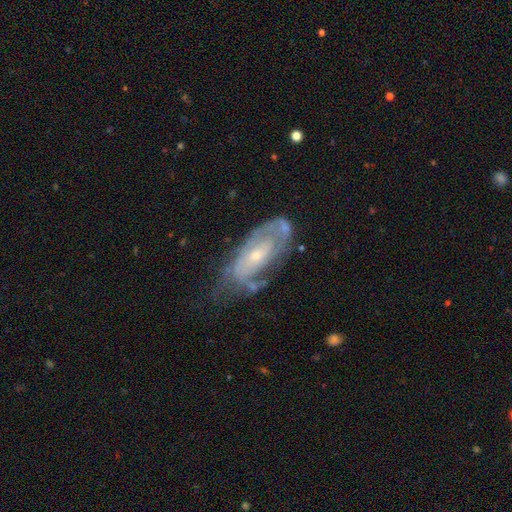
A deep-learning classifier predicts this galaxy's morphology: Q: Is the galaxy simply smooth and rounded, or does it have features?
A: featured or disk — 76%.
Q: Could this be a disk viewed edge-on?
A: no — 91%.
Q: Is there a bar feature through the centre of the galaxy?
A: no — 66%.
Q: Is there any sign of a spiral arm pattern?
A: yes — 78%.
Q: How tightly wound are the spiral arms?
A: tight — 59%.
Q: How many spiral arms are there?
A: can't tell — 47%.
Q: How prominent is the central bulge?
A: small — 66%.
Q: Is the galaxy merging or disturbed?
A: none — 48%.